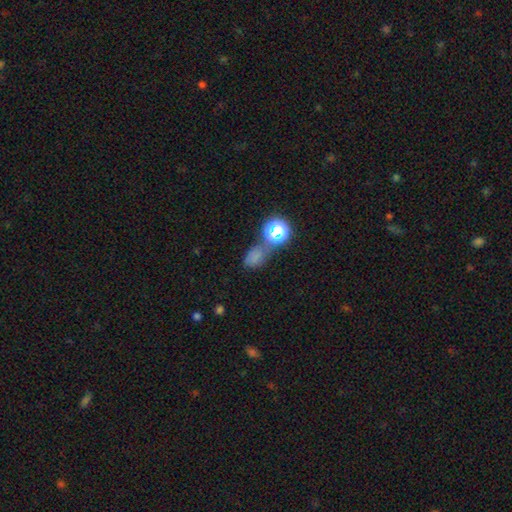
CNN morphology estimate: smooth-or-featured: smooth: 59% | star or artifact: 30% | featured or disk: 11%
  how-rounded: in between: 67% | round: 31% | cigar-shaped: 2%
  merging: none: 45% | merger: 22% | minor disturbance: 20% | major disturbance: 13%